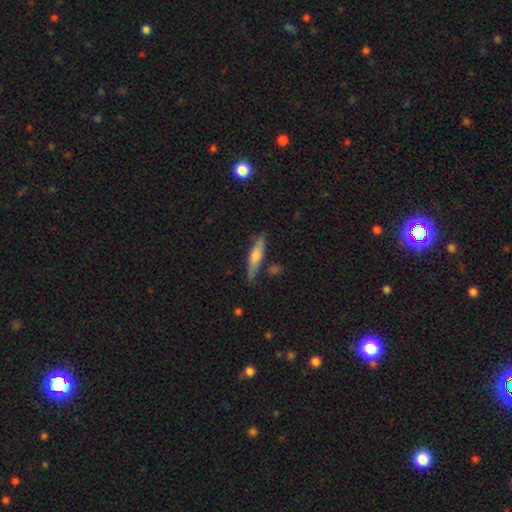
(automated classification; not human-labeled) Q: Smooth or featured?
A: smooth (49%); runner-up: featured or disk (45%)
Q: Merging?
A: none (78%); runner-up: minor disturbance (15%)